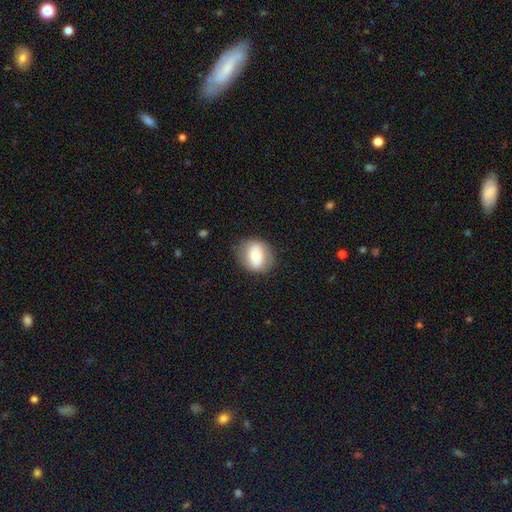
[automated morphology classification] Overall: smooth (65%; featured or disk 27%). How rounded: round (63%; in between 36%). Merging: none (80%).